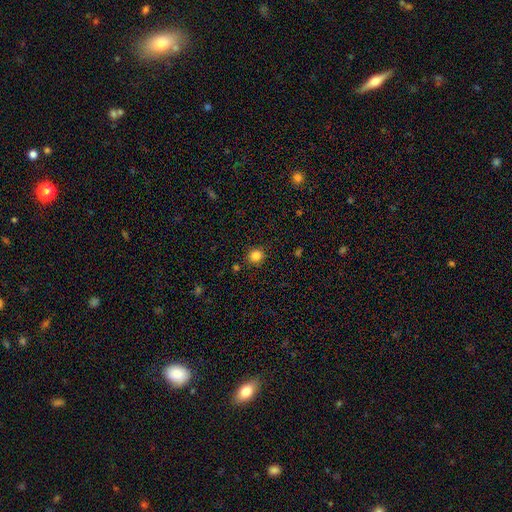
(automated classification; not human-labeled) This appears to be a smooth galaxy with no disk features (84%) that is round (84%). Merging: none (87%).